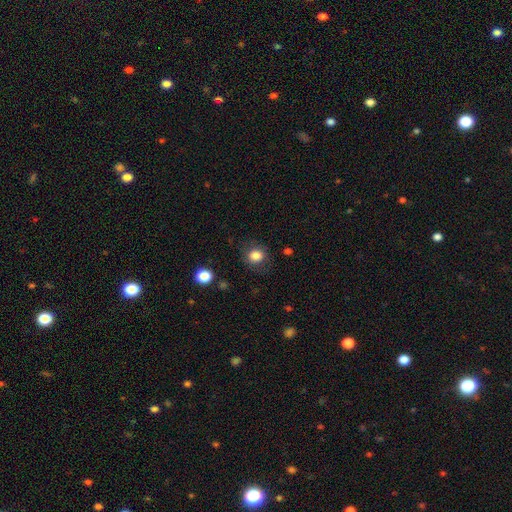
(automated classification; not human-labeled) smooth 84%, star or artifact 10%, featured or disk 5%. Down the decision tree: how rounded — round (70%); merging — none (80%).